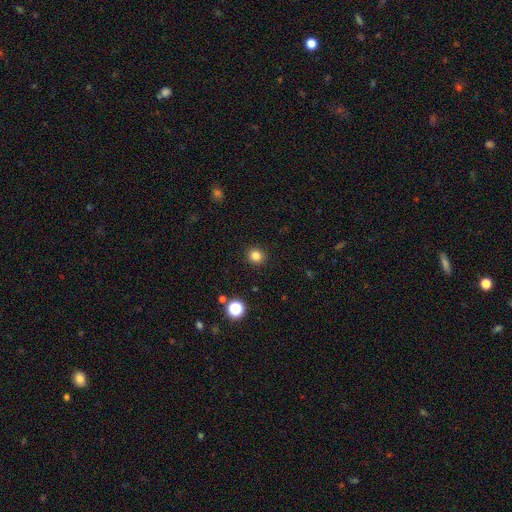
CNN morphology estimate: Smooth or featured: smooth — 83% (star or artifact — 13%)
How rounded: round — 87% (in between — 12%)
Merging: none — 92% (minor disturbance — 5%)